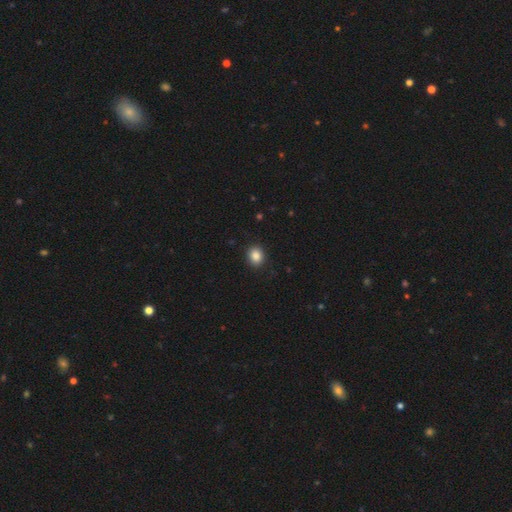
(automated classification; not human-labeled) smooth_or_featured: smooth (p=0.87) [alt: star or artifact p=0.10]
how_rounded: round (p=0.57) [alt: in between p=0.42]
merging: none (p=0.90) [alt: minor disturbance p=0.07]